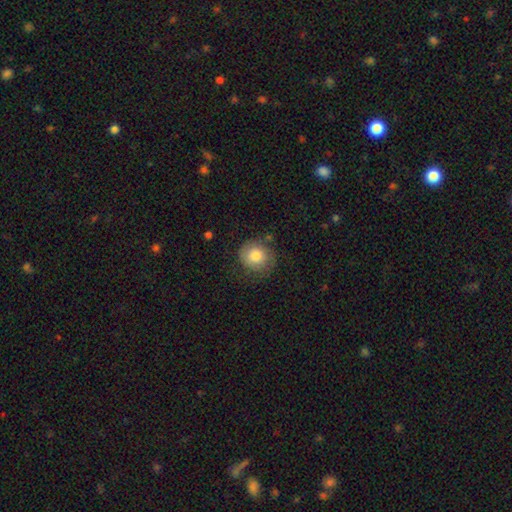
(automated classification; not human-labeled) Smooth or featured? smooth (66%)
How rounded? round (85%)
Merging? none (68%)